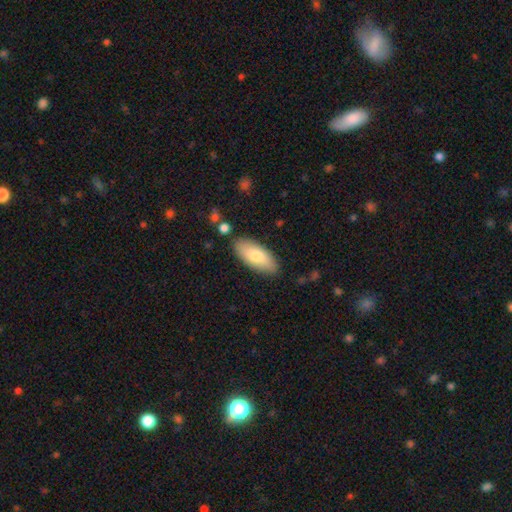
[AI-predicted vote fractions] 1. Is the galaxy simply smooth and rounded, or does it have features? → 76% smooth, 18% featured or disk, 6% star or artifact.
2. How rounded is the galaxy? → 86% in between, 12% cigar-shaped, 2% round.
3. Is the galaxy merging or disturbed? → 84% none, 11% minor disturbance, 2% merger, 2% major disturbance.